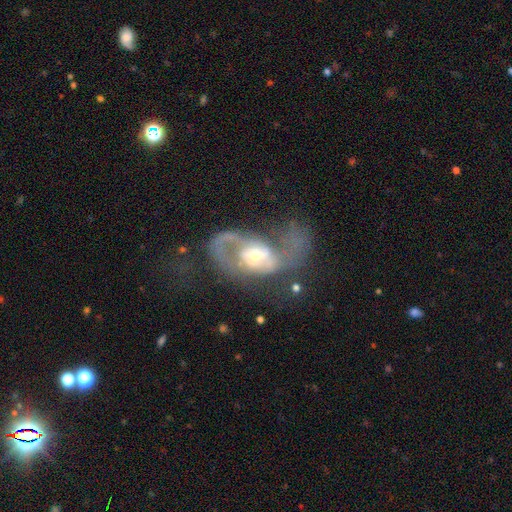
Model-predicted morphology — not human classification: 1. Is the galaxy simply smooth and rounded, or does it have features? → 76% featured or disk, 17% smooth, 7% star or artifact.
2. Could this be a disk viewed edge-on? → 96% no, 4% yes.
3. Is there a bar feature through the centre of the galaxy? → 56% no, 33% weak, 11% strong.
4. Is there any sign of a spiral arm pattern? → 77% yes, 23% no.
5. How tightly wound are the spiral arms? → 41% medium (tied), 41% loose (tied), 18% tight.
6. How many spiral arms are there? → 54% 2, 26% 1, 15% can't tell, 3% 3, 1% 4, 1% more than 4.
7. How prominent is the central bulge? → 58% moderate, 30% small, 8% large, 1% dominant, 1% none.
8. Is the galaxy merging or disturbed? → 52% major disturbance, 23% none, 15% minor disturbance, 10% merger.